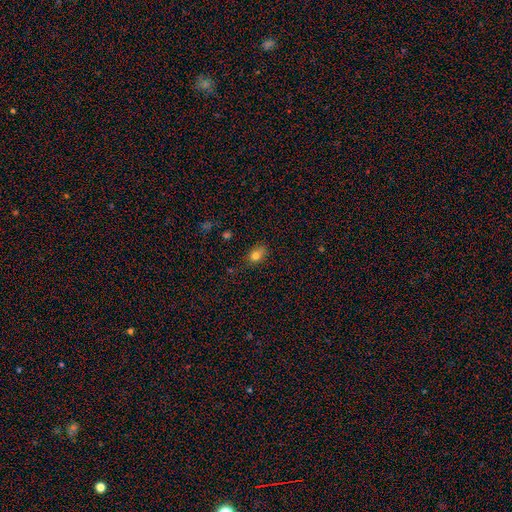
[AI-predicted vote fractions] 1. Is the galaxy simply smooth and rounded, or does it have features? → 79% smooth, 12% star or artifact, 9% featured or disk.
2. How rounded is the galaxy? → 71% in between, 27% round, 2% cigar-shaped.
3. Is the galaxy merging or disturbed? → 75% none, 19% minor disturbance, 4% major disturbance, 2% merger.